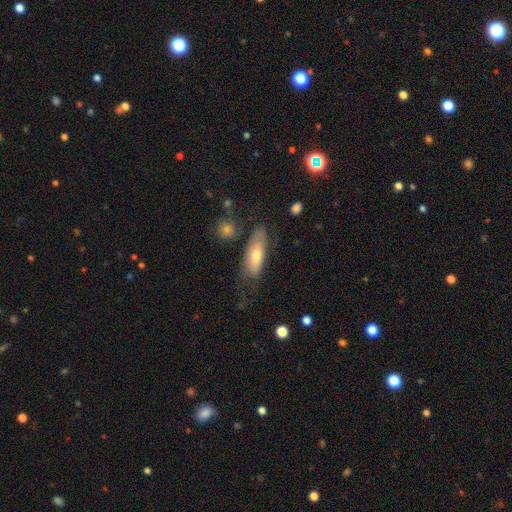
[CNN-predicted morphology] smooth 63%, featured or disk 30%, star or artifact 7%. Down the decision tree: how rounded — in between (61%); merging — none (61%).